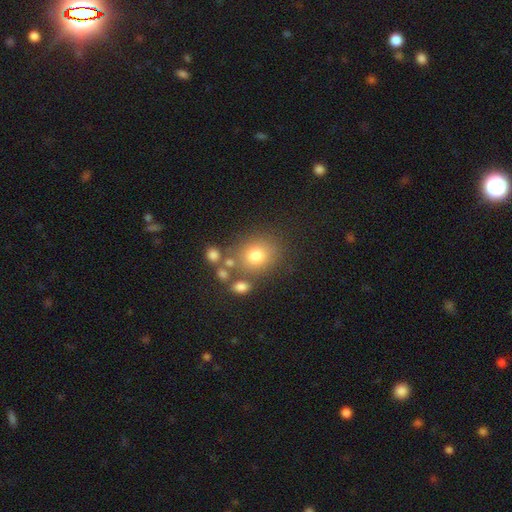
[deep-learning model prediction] This appears to be a smooth galaxy with no disk features (74%) that is round (74%). Merging: none (68%).